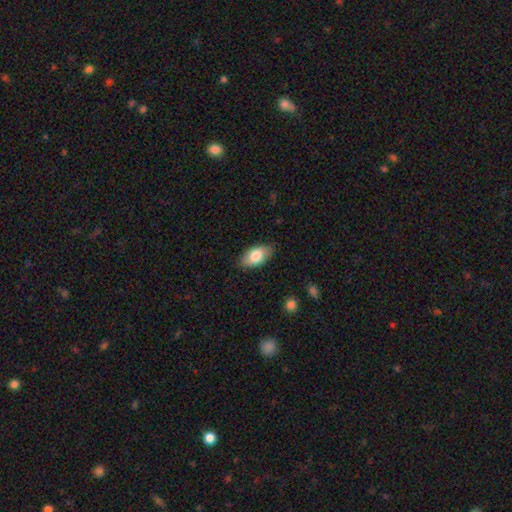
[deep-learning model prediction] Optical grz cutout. It shows a smooth galaxy with no disk features (80%) that is in between round and cigar-shaped (94%). Merging: none (85%).